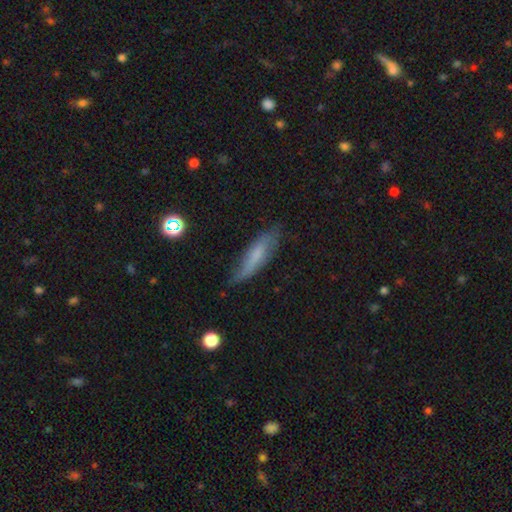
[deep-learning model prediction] Overall: smooth (60%; featured or disk 32%). How rounded: cigar-shaped (73%). Merging: none (64%; minor disturbance 27%).